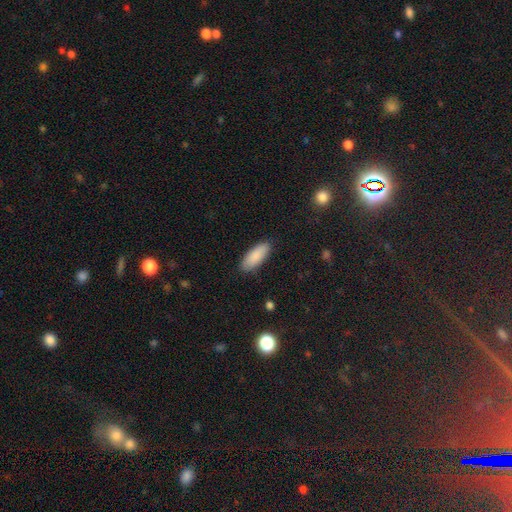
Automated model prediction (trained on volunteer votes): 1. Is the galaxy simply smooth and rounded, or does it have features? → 88% smooth, 6% featured or disk, 6% star or artifact.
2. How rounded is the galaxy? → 76% in between, 22% cigar-shaped, 2% round.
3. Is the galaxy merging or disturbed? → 87% none, 9% minor disturbance, 2% major disturbance, 1% merger.